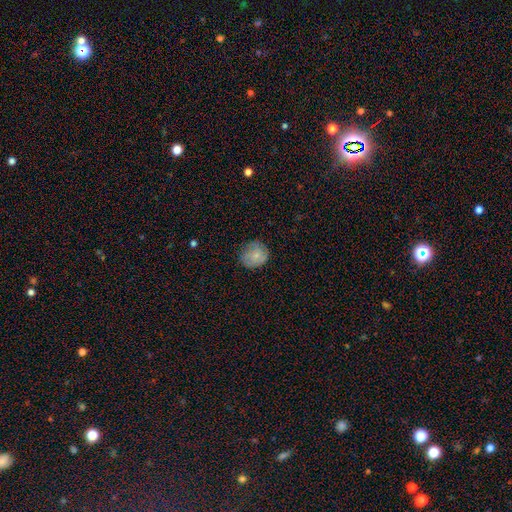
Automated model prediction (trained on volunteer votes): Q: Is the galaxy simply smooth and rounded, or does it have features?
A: smooth — 75%.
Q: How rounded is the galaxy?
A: round — 73%.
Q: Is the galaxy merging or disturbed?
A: none — 73%.